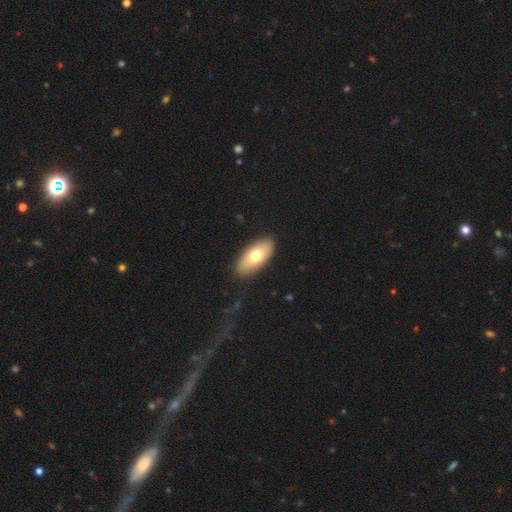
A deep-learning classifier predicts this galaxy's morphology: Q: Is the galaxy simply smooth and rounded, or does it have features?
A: smooth — 69%.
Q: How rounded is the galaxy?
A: in between — 91%.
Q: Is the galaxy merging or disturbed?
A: none — 87%.